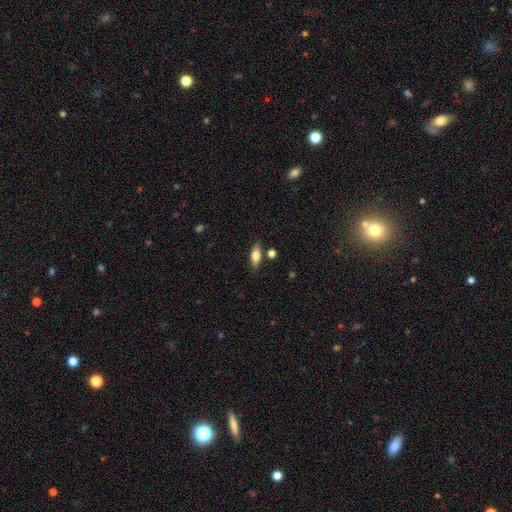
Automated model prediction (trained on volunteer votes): Overall: smooth (70%). How rounded: in between (71%). Merging: none (80%).